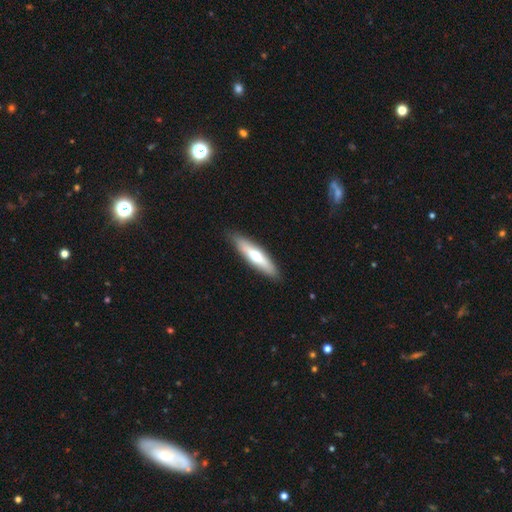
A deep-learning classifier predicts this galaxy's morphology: Smooth or featured: smooth — 50% (featured or disk — 45%)
Merging: none — 88% (minor disturbance — 9%)